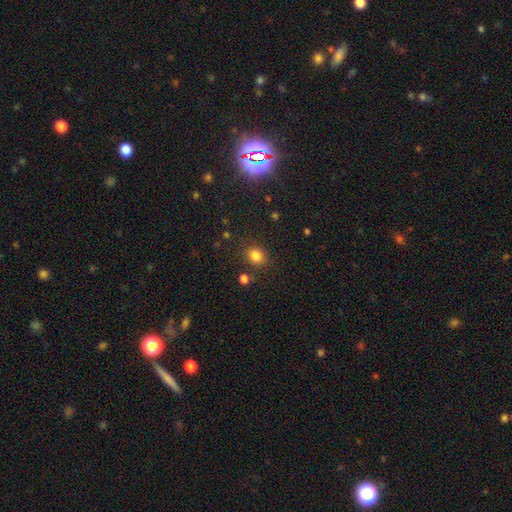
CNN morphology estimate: This appears to be a smooth galaxy with no disk features (82%) that is round (60%). Merging: none (81%).